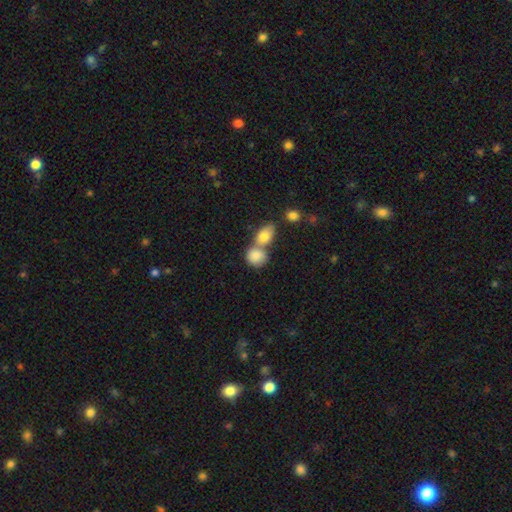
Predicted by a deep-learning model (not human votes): Overall: smooth (84%). How rounded: round (53%; in between 45%). Merging: merger (57%; none 31%).